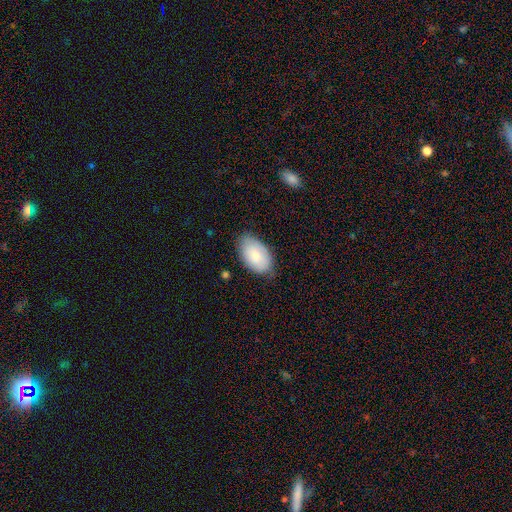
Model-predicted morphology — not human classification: Smooth or featured?
  - smooth: 81% *
  - featured or disk: 13%
  - star or artifact: 6%
How rounded?
  - in between: 95% *
  - round: 4%
  - cigar-shaped: 1%
Merging?
  - none: 75% *
  - minor disturbance: 20%
  - major disturbance: 3%
  - merger: 1%